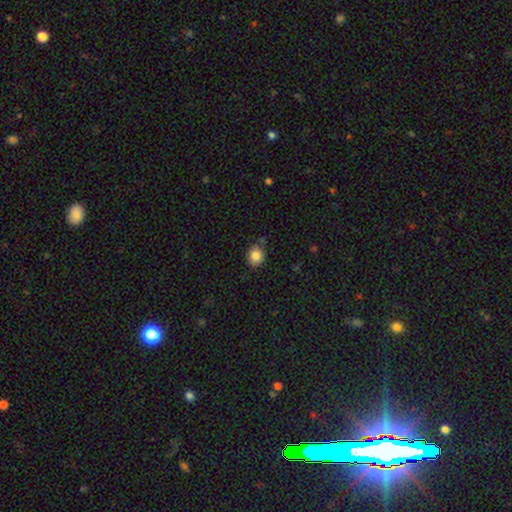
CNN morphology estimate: A smooth galaxy with no disk features (85%) that is round (68%).

Vote fractions:
- Smooth or featured? smooth: 85% / star or artifact: 10% / featured or disk: 5%
- How rounded? round: 68% / in between: 31% / cigar-shaped: 1%
- Merging? none: 81% / minor disturbance: 13% / merger: 4% / major disturbance: 3%